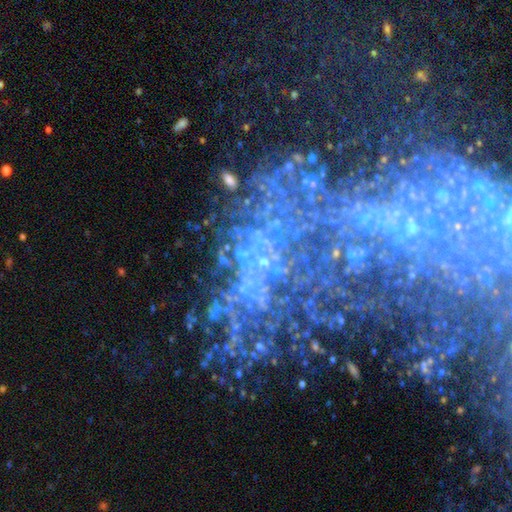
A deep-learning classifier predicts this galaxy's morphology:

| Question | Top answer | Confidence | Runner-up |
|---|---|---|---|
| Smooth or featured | featured or disk | 46% | star or artifact (42%) |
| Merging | none | 58% | major disturbance (20%) |